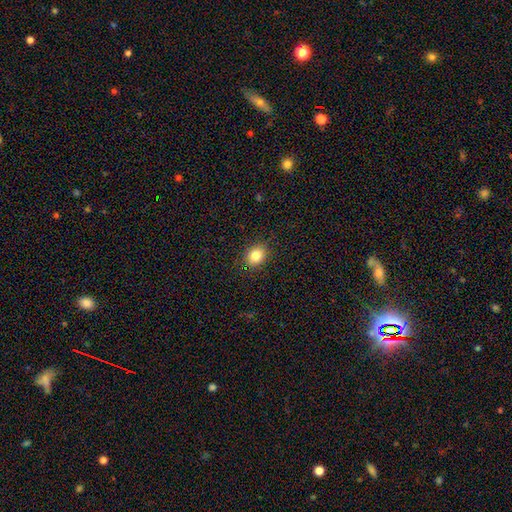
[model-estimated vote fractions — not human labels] Smooth or featured? Predicted: smooth (p=0.84). How rounded? Predicted: round (p=0.53). Merging? Predicted: none (p=0.88).